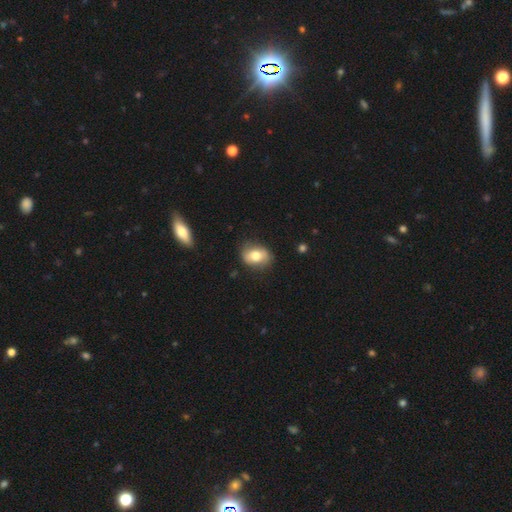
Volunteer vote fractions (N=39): Smooth or featured? smooth (77%)
How rounded? in between (73%)
Merging? none (78%)